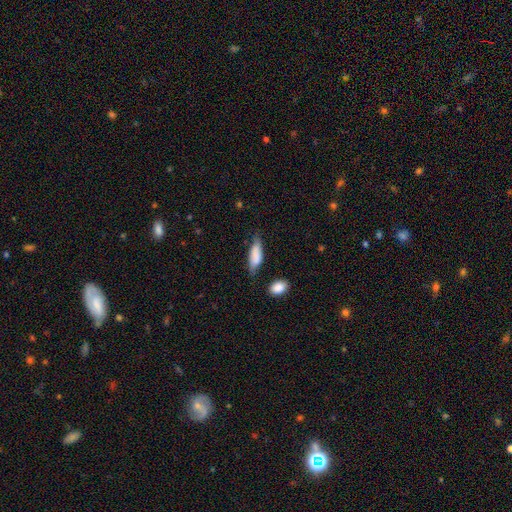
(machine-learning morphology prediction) This appears to be a smooth galaxy with no disk features (79%) that is in between round and cigar-shaped (60%). Merging: none (58%).